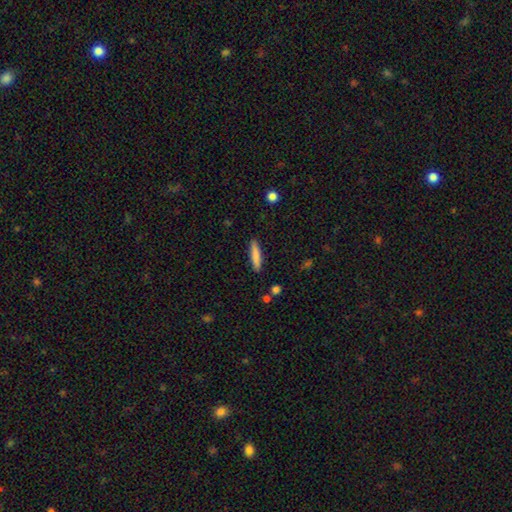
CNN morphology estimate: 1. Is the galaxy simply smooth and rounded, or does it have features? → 81% smooth, 13% featured or disk, 6% star or artifact.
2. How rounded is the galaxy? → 86% cigar-shaped, 12% in between, 1% round.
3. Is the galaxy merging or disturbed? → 89% none, 7% minor disturbance, 2% major disturbance, 1% merger.